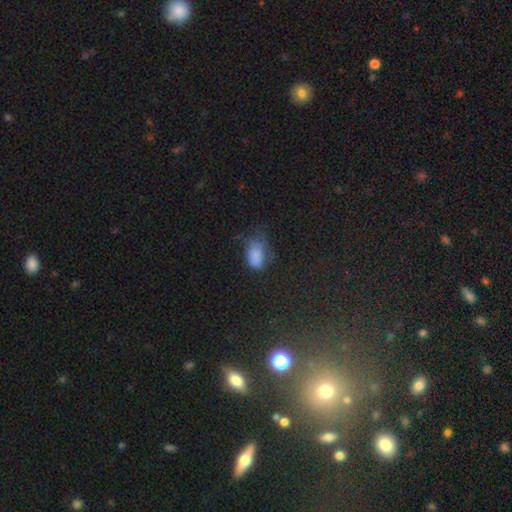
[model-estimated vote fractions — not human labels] smooth 75%, star or artifact 13%, featured or disk 12%. Down the decision tree: how rounded — in between (90%); merging — minor disturbance (34%).